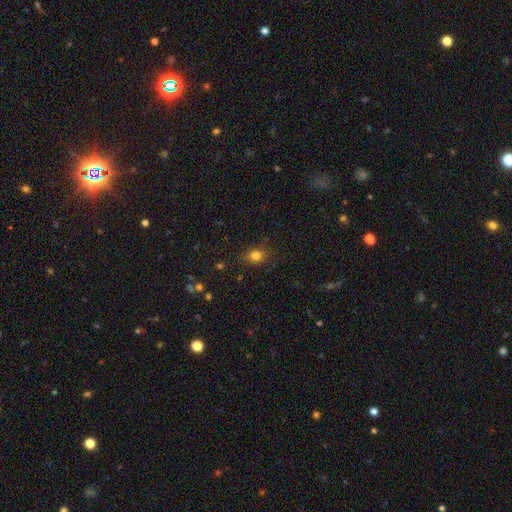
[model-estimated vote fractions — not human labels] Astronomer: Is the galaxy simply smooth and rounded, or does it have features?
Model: smooth — 80%.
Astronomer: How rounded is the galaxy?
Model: in between — 53% (runner-up: round, 45%).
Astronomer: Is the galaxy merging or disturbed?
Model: none — 83%.